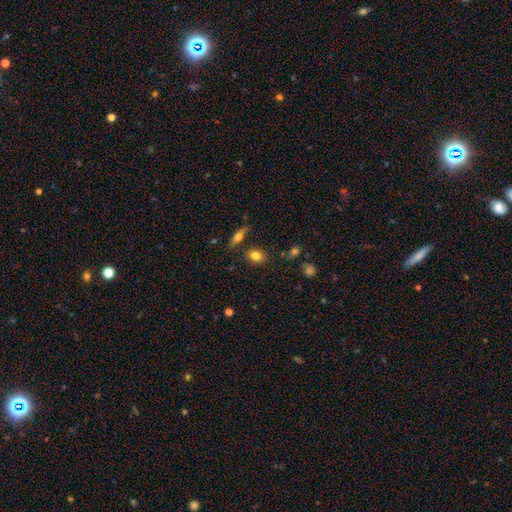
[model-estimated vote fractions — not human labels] The model was most divided on "how rounded": in between: 66%, round: 31%, cigar-shaped: 3%. More confident: smooth or featured — smooth (80%); merging — none (79%).